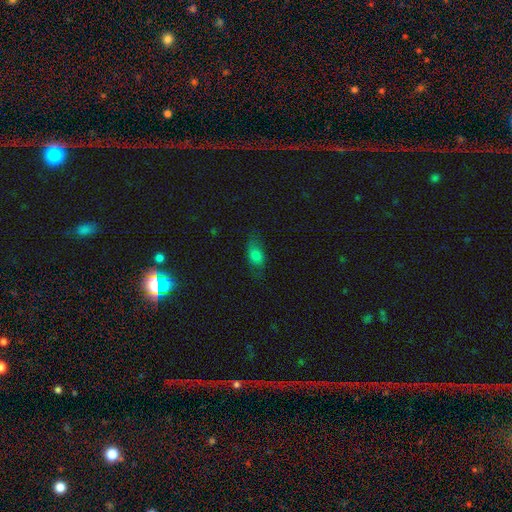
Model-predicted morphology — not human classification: This appears to be a smooth galaxy with no disk features (73%) that is in between round and cigar-shaped (82%). Merging: none (65%).